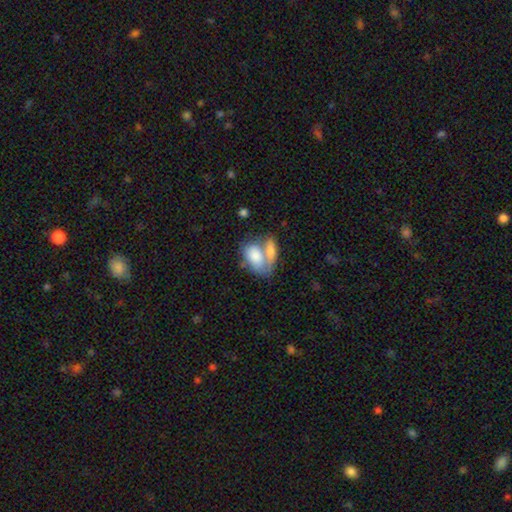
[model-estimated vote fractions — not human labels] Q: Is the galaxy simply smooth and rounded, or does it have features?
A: smooth — 76%.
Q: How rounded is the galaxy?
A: in between — 89%.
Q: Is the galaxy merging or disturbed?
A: merger — 62%.